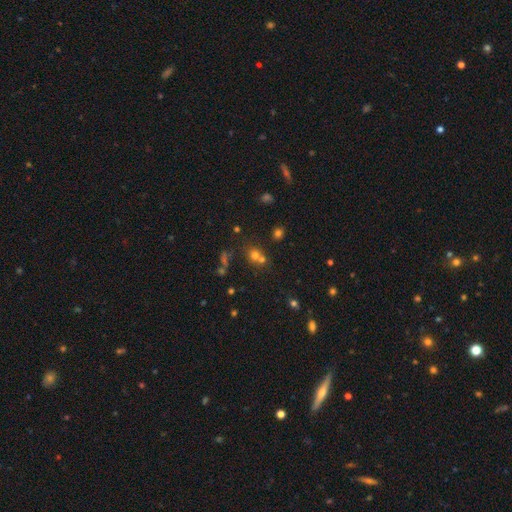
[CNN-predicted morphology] Smooth or featured?
  - smooth: 55% *
  - star or artifact: 31%
  - featured or disk: 14%
How rounded?
  - round: 82% *
  - in between: 17%
  - cigar-shaped: 1%
Merging?
  - none: 50% *
  - merger: 40%
  - minor disturbance: 7%
  - major disturbance: 4%